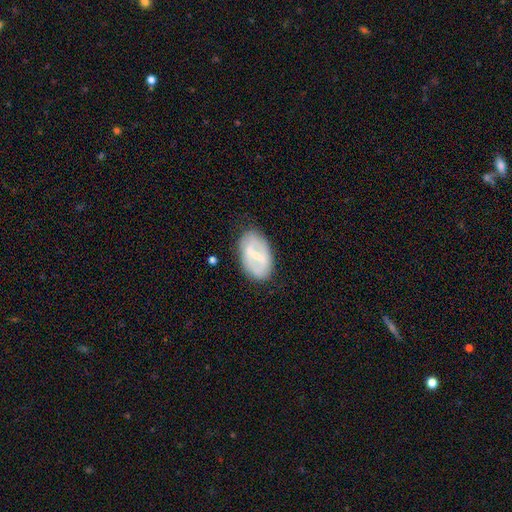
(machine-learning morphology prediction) Smooth or featured? featured or disk (60%)
Edge-on disk? no (94%)
Bar? strong (51%)
Spiral arms? no (59%)
Bulge size? small (54%)
Merging? none (76%)